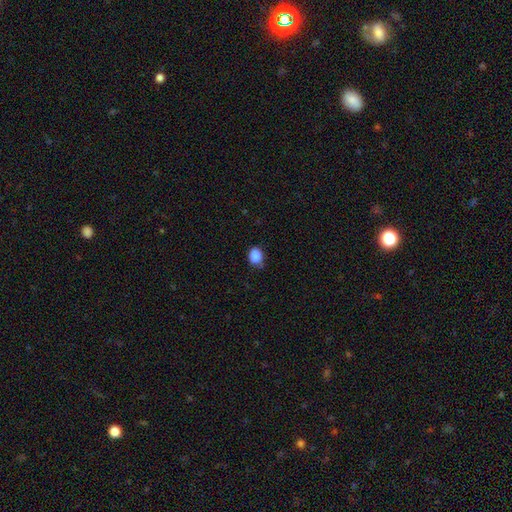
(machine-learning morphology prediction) This is clearly a smooth galaxy (87%). How rounded: possibly in between (50%). Merging: likely none (72%).